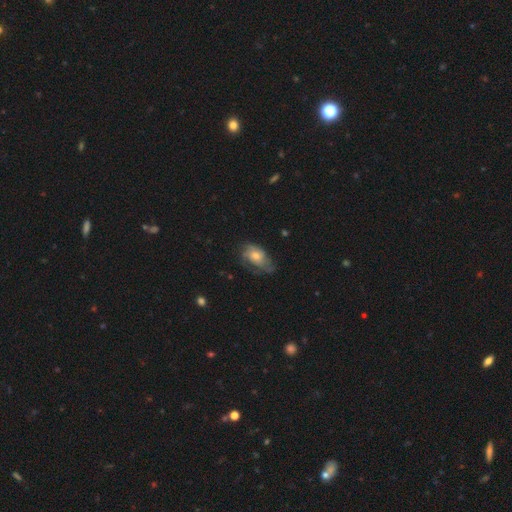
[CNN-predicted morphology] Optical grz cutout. It shows a featured or disk galaxy (49%). Merging: none (50%).